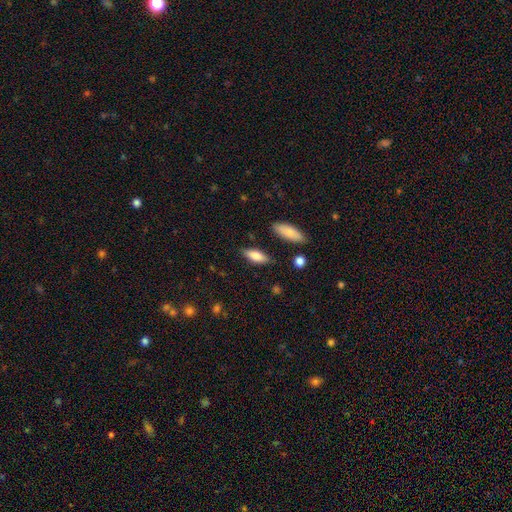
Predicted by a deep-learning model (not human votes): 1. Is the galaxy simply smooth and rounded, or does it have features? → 76% smooth, 17% featured or disk, 7% star or artifact.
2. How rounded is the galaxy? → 68% in between, 30% cigar-shaped, 2% round.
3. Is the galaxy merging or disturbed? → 81% none, 13% minor disturbance, 3% major disturbance, 3% merger.